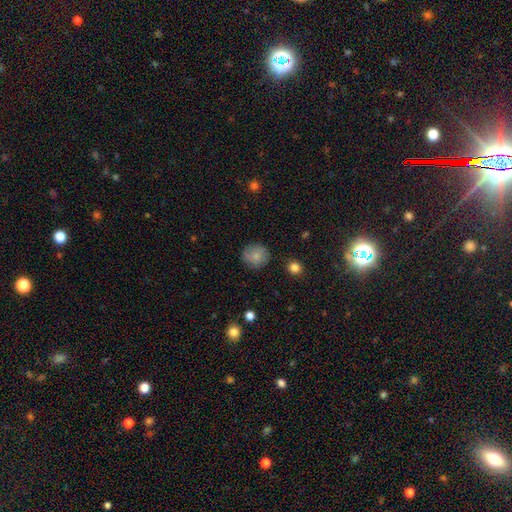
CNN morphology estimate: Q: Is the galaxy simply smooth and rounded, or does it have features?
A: smooth — 76%.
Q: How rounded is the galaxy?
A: round — 88%.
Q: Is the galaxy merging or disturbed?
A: none — 81%.